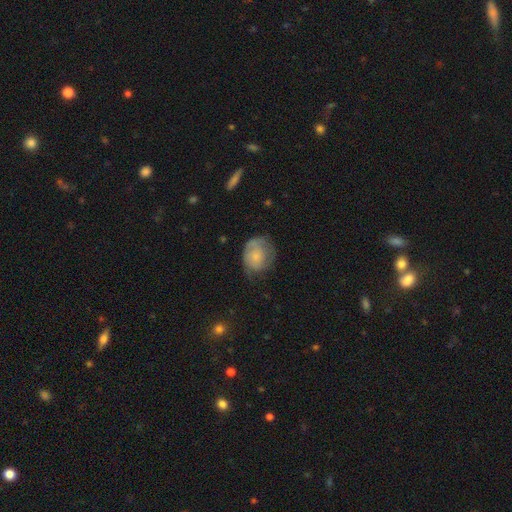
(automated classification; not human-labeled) Smooth or featured? smooth (65%)
How rounded? round (56%)
Merging? none (50%)